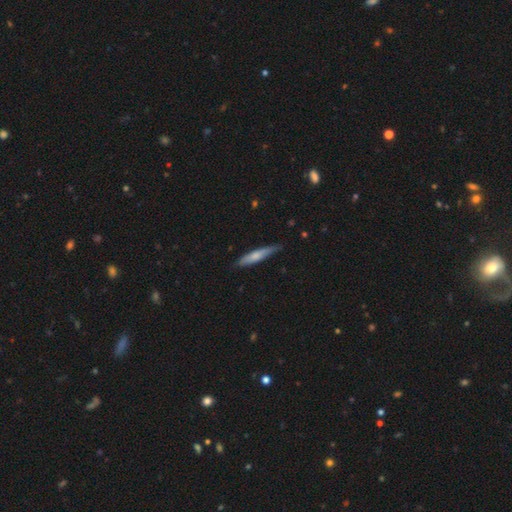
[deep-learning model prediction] Morphology: type=smooth (66%); roundness=cigar-shaped (88%); merging=none (74%).